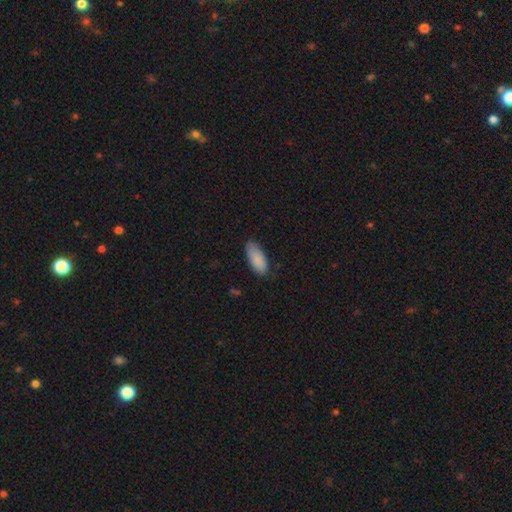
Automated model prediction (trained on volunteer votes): Smooth or featured? smooth (89%)
How rounded? in between (86%)
Merging? none (77%)